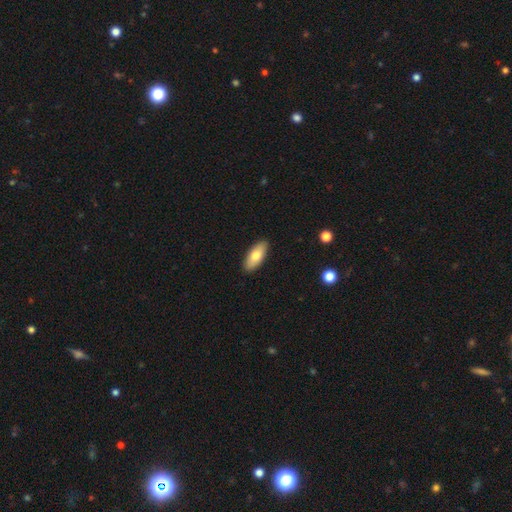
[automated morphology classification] Overall: smooth (75%). How rounded: in between (84%). Merging: none (90%).